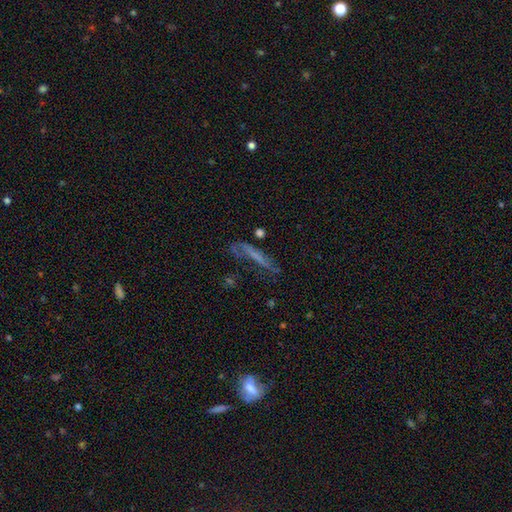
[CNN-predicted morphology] type=featured or disk (43%); merging=none (43%).